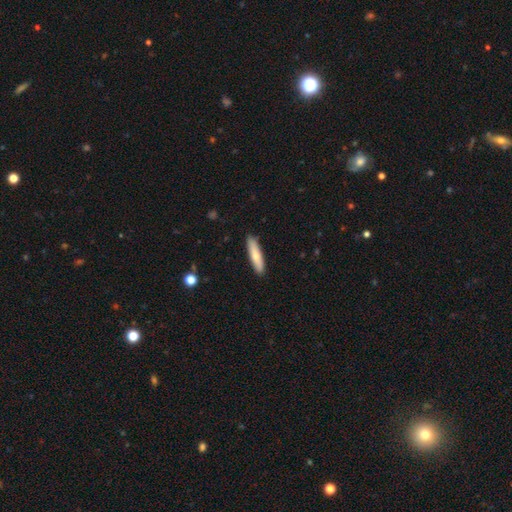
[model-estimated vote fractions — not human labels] Smooth or featured?
  - smooth: 73% *
  - featured or disk: 22%
  - star or artifact: 5%
How rounded?
  - cigar-shaped: 80% *
  - in between: 19%
  - round: 2%
Merging?
  - none: 89% *
  - minor disturbance: 8%
  - major disturbance: 1%
  - merger: 1%